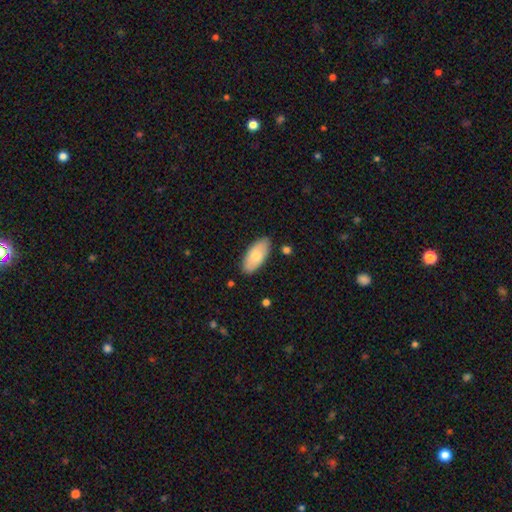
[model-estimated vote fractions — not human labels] smooth_or_featured: smooth (p=0.73) [alt: featured or disk p=0.22]
how_rounded: in between (p=0.91) [alt: cigar-shaped p=0.07]
merging: none (p=0.86) [alt: minor disturbance p=0.11]